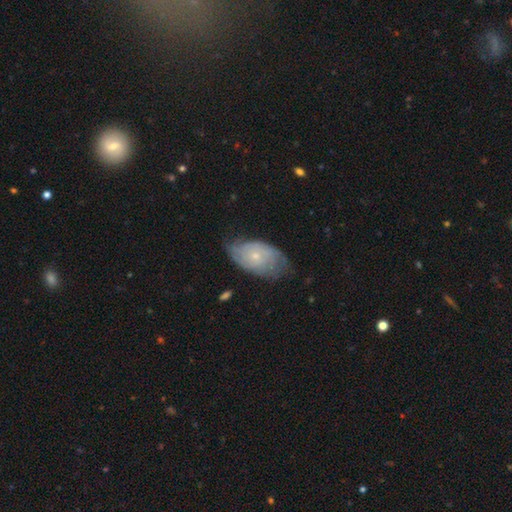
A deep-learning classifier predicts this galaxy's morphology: Smooth or featured? Predicted: featured or disk (p=0.59). Edge-on disk? Predicted: no (p=0.94). Bar? Predicted: no (p=0.82). Spiral arms? Predicted: yes (p=0.82). Bulge size? Predicted: small (p=0.73). Merging? Predicted: none (p=0.59).